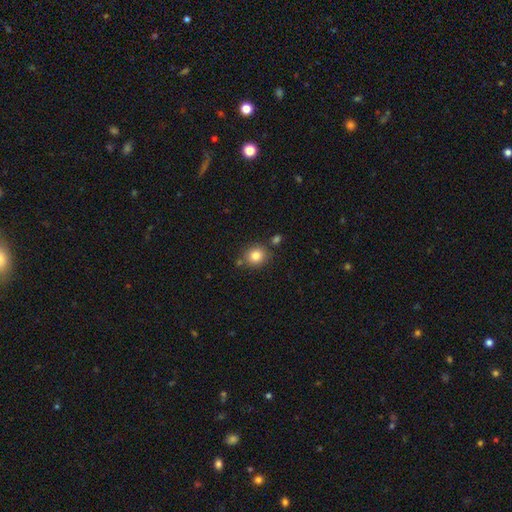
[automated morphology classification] The model was most divided on "how rounded": round: 83%, in between: 16%, cigar-shaped: 1%. More confident: smooth or featured — smooth (83%); merging — none (79%).